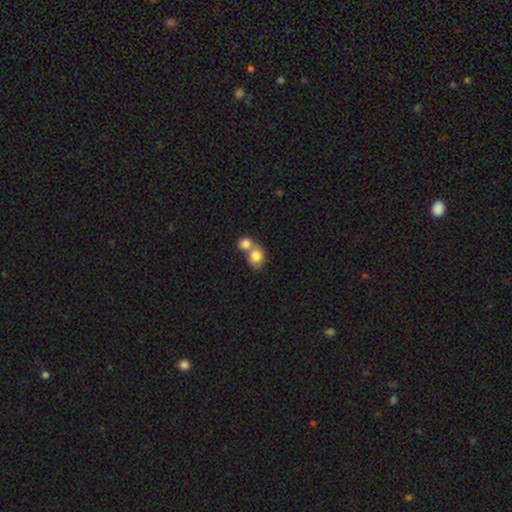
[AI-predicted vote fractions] Smooth or featured: smooth — 81% (featured or disk — 11%)
How rounded: round — 62% (in between — 37%)
Merging: merger — 65% (none — 26%)